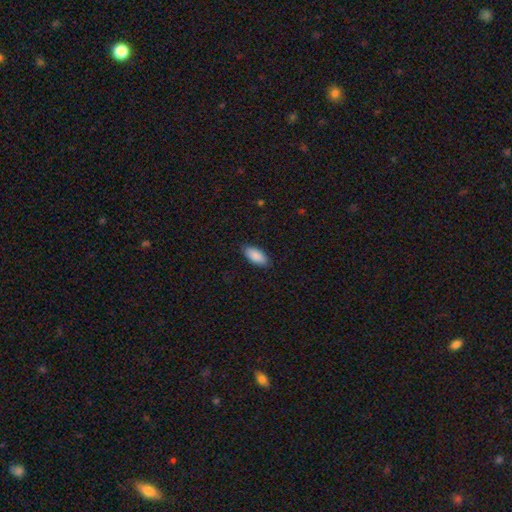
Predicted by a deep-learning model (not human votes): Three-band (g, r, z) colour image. It shows a smooth galaxy with no disk features (90%) that is in between round and cigar-shaped (91%). Merging: none (88%).